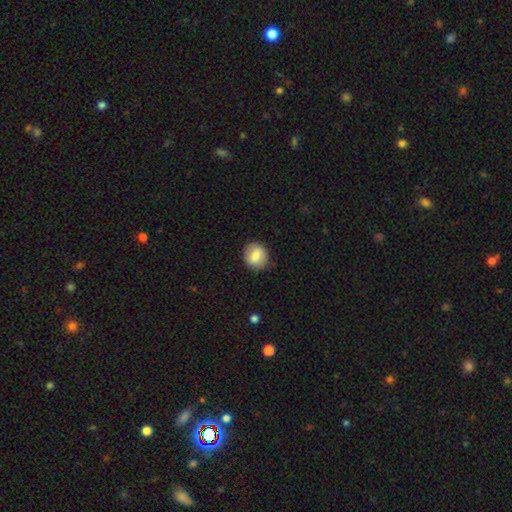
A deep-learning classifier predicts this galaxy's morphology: type=smooth (77%); roundness=round (76%); merging=none (83%).